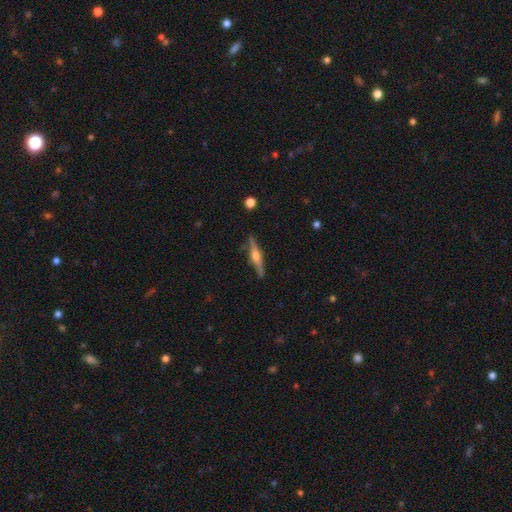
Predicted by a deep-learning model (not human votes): The model was most divided on "smooth or featured": featured or disk: 75%, smooth: 20%, star or artifact: 6%. More confident: edge-on disk — yes (98%); edge-on bulge — rounded (90%); merging — none (86%).